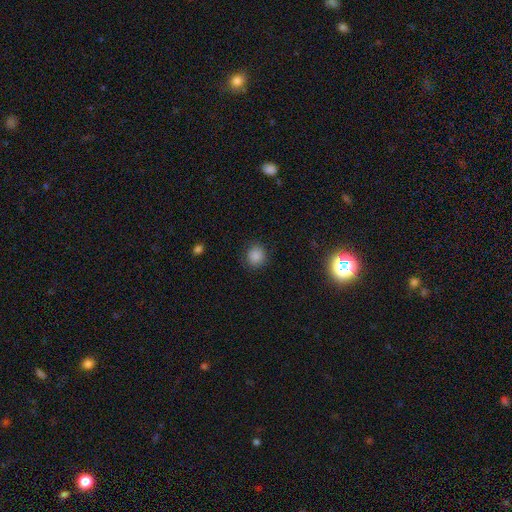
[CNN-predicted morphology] smooth-or-featured: smooth: 85% | star or artifact: 11% | featured or disk: 3%
  how-rounded: round: 88% | in between: 11% | cigar-shaped: 1%
  merging: none: 88% | minor disturbance: 8% | major disturbance: 3% | merger: 1%